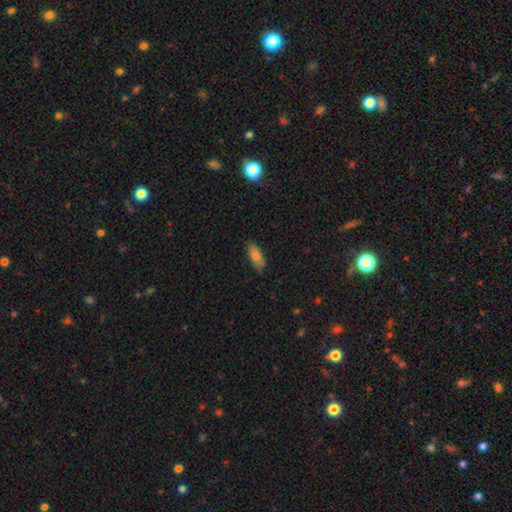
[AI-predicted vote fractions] The model was most divided on "how rounded": in between: 72%, cigar-shaped: 25%, round: 2%. More confident: merging — none (81%); smooth or featured — smooth (77%).